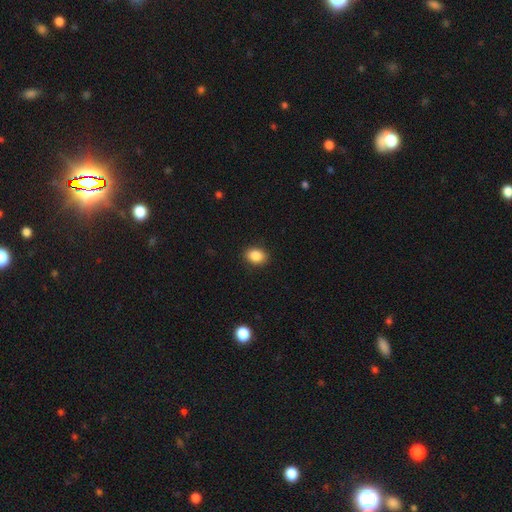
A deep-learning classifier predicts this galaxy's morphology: This appears to be a smooth galaxy with no disk features (87%) that is in between round and cigar-shaped (64%). Merging: none (90%).